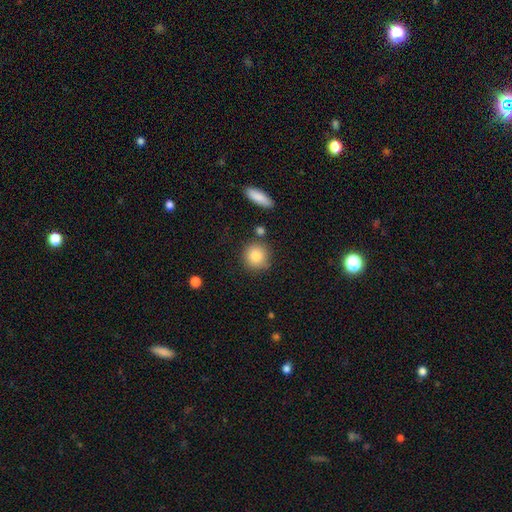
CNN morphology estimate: Smooth or featured? Predicted: smooth (p=0.84). How rounded? Predicted: round (p=0.90). Merging? Predicted: none (p=0.79).